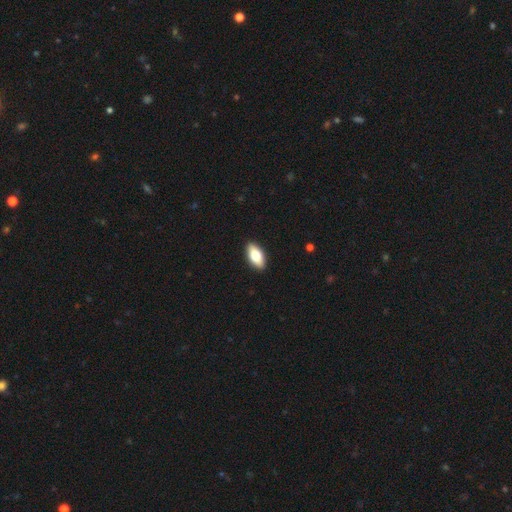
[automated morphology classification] Smooth or featured: smooth — 76% (featured or disk — 18%)
How rounded: in between — 89% (cigar-shaped — 8%)
Merging: none — 90% (minor disturbance — 7%)